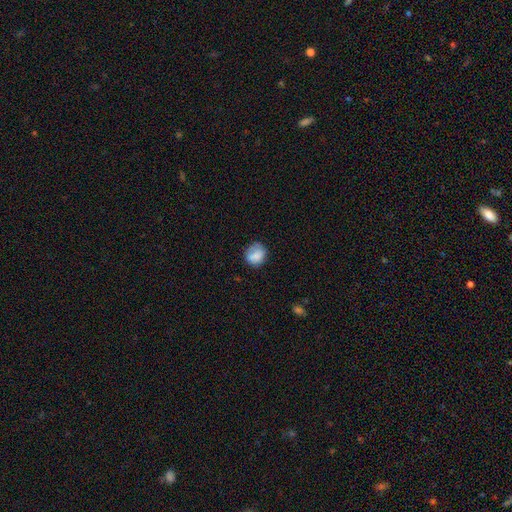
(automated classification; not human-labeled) Q: Smooth or featured?
A: smooth (80%); runner-up: featured or disk (12%)
Q: How rounded?
A: round (73%); runner-up: in between (26%)
Q: Merging?
A: none (64%); runner-up: minor disturbance (25%)